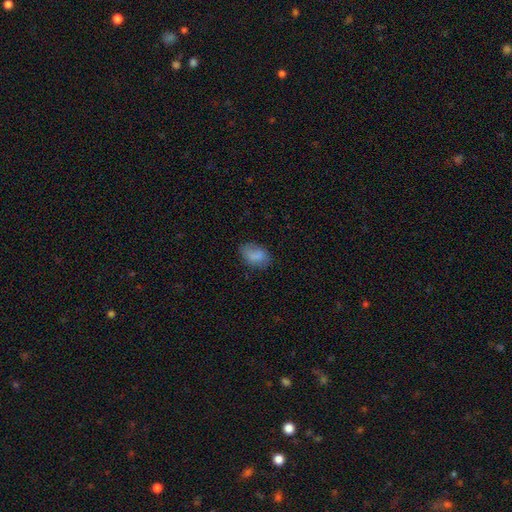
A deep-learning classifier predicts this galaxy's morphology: A smooth galaxy with no disk features (79%) that is in between round and cigar-shaped (86%).

Vote fractions:
- Smooth or featured? smooth: 79% / featured or disk: 13% / star or artifact: 9%
- How rounded? in between: 86% / round: 12% / cigar-shaped: 1%
- Merging? none: 66% / minor disturbance: 24% / major disturbance: 8% / merger: 2%